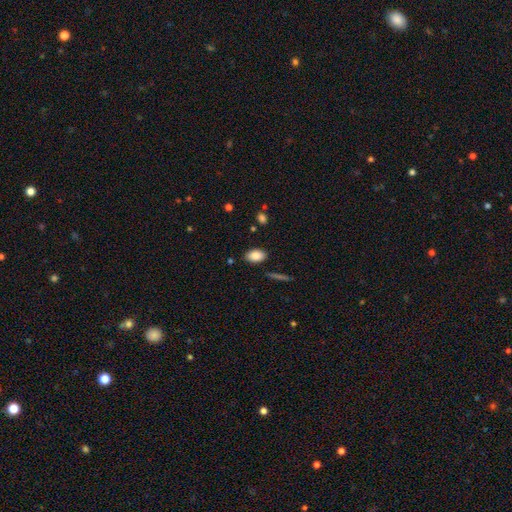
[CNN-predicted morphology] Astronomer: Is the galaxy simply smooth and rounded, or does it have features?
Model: smooth — 85%.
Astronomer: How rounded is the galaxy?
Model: in between — 90%.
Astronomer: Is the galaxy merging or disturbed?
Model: none — 85%.